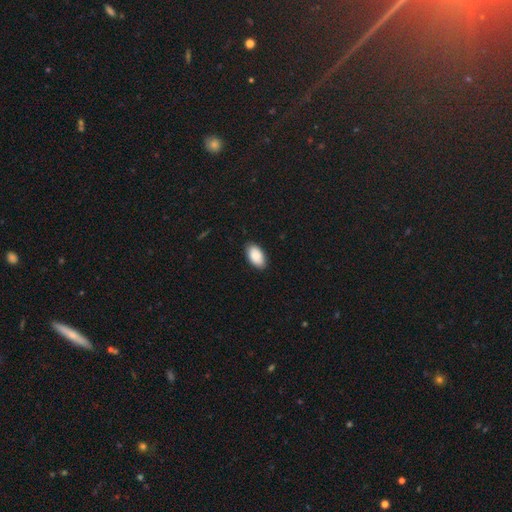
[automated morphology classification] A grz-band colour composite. It shows a smooth galaxy with no disk features (89%) that is in between round and cigar-shaped (96%). Merging: none (86%).